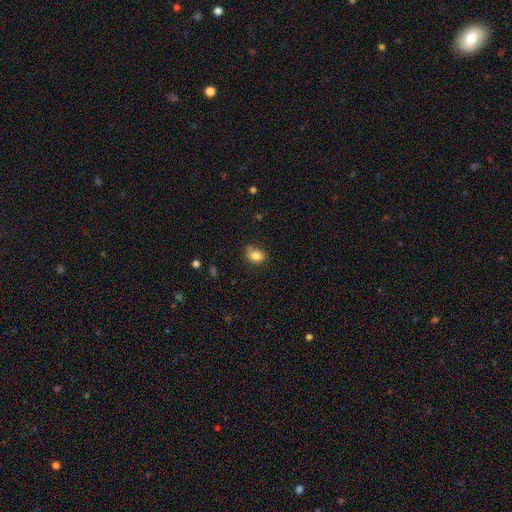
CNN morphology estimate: Overall: smooth (84%). How rounded: in between (61%; round 38%). Merging: none (66%).